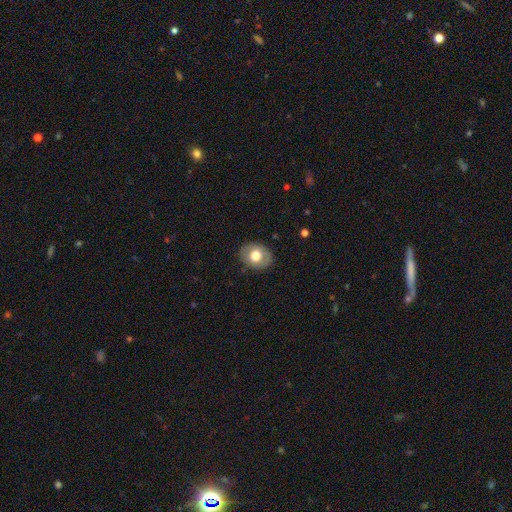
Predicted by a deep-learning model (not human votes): Q: Smooth or featured?
A: smooth (68%); runner-up: featured or disk (24%)
Q: How rounded?
A: in between (50%); runner-up: round (49%)
Q: Merging?
A: none (85%); runner-up: minor disturbance (11%)